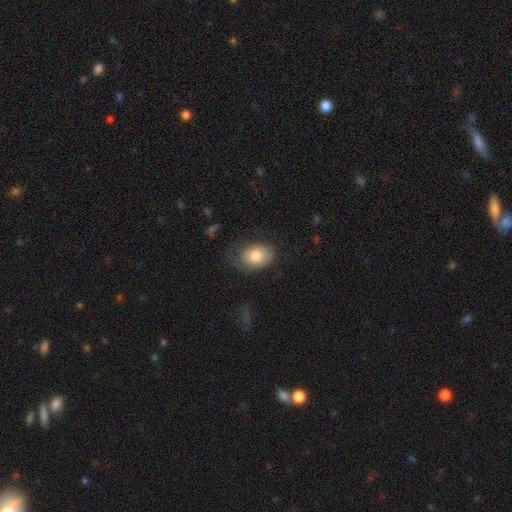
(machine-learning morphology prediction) Smooth or featured?
  - smooth: 78% *
  - featured or disk: 15%
  - star or artifact: 7%
How rounded?
  - in between: 79% *
  - round: 20%
  - cigar-shaped: 1%
Merging?
  - none: 60% *
  - minor disturbance: 26%
  - major disturbance: 12%
  - merger: 1%